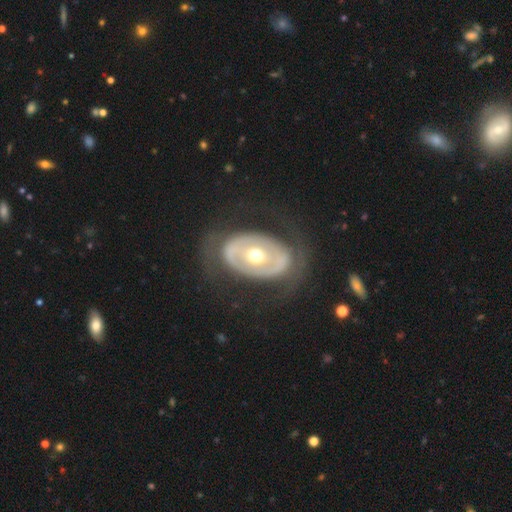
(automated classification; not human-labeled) featured or disk 68%, smooth 27%, star or artifact 5%. Down the decision tree: edge-on disk — no (94%); bar — no (74%); spiral arms — no (72%); bulge size — moderate (74%); merging — none (70%).